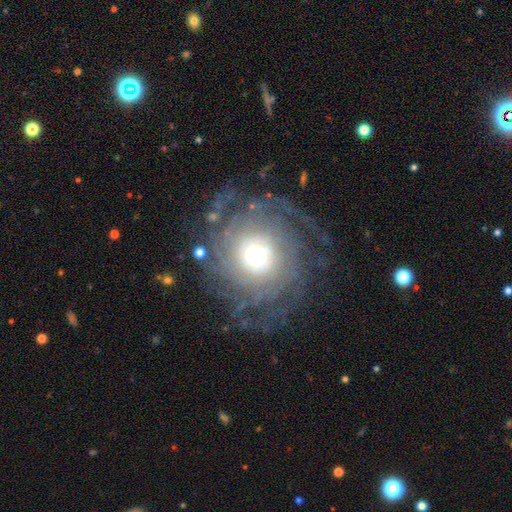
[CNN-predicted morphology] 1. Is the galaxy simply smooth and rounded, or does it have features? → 80% featured or disk, 12% smooth, 8% star or artifact.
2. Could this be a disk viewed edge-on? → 97% no, 3% yes.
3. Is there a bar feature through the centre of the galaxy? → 75% no, 19% weak, 6% strong.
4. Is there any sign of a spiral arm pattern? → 91% yes, 9% no.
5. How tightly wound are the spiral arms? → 65% tight, 23% medium, 12% loose.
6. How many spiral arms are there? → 36% can't tell, 16% more than 4, 14% 2, 13% 4, 12% 3, 9% 1.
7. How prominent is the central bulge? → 41% large, 40% moderate, 11% small, 6% dominant, 2% none.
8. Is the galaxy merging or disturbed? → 70% none, 14% major disturbance, 13% minor disturbance, 2% merger.